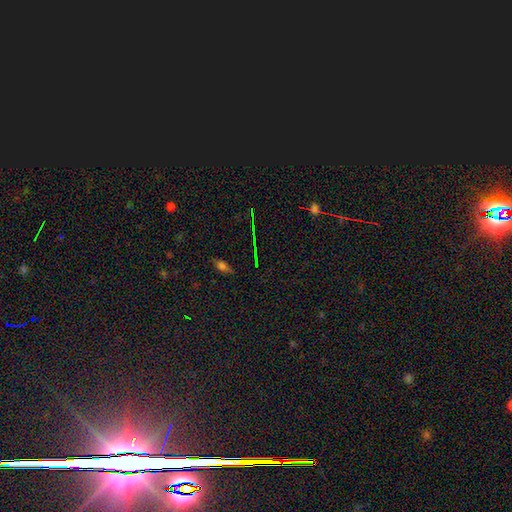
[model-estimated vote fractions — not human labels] Smooth or featured: star or artifact — 61% (smooth — 21%)